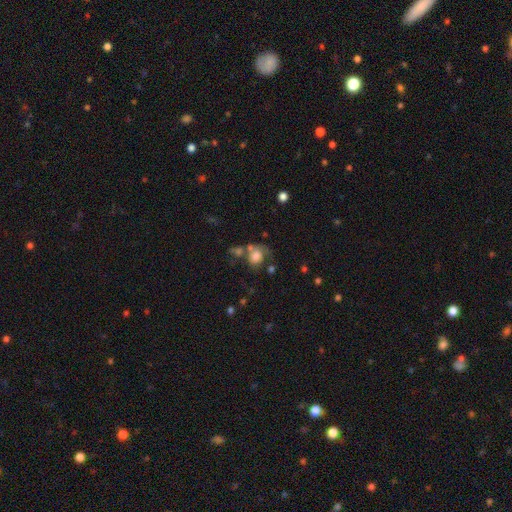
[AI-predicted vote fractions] Q: Smooth or featured?
A: smooth (68%); runner-up: featured or disk (20%)
Q: How rounded?
A: round (56%); runner-up: in between (43%)
Q: Merging?
A: none (35%); runner-up: merger (25%)